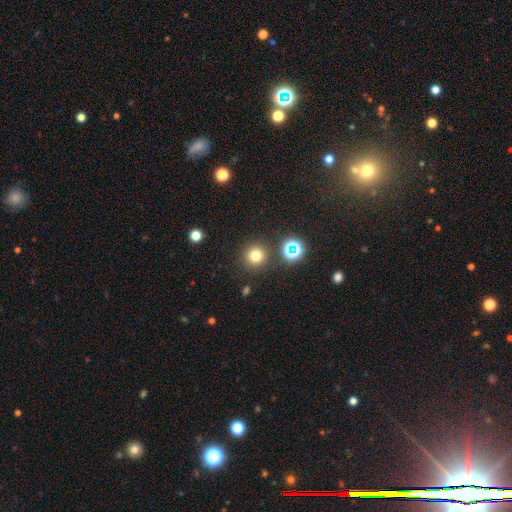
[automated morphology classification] smooth 74%, star or artifact 19%, featured or disk 7%. Down the decision tree: how rounded — round (94%); merging — none (87%).